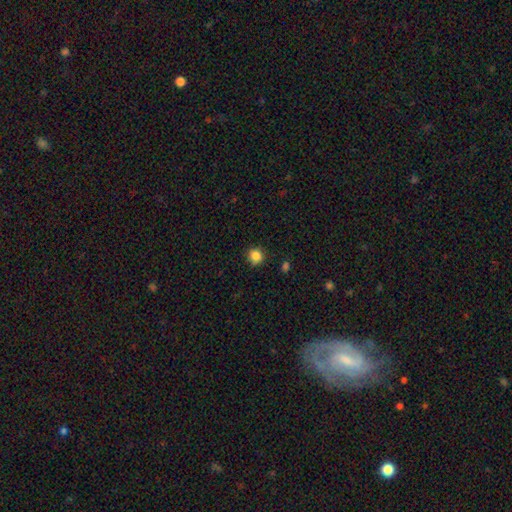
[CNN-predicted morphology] smooth_or_featured: smooth (p=0.84) [alt: star or artifact p=0.11]
how_rounded: round (p=0.89) [alt: in between p=0.10]
merging: none (p=0.83) [alt: minor disturbance p=0.13]